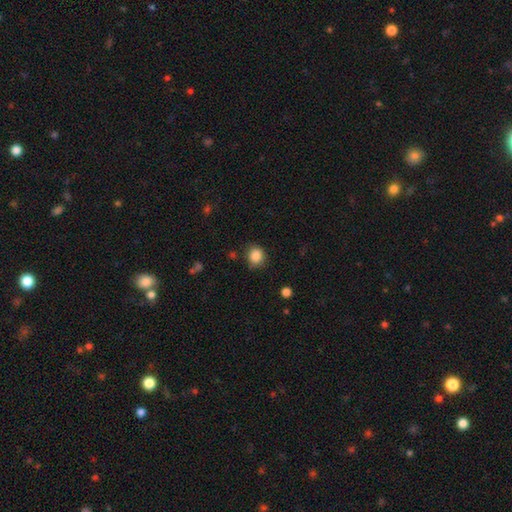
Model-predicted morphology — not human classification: Smooth or featured: smooth — 86% (star or artifact — 10%)
How rounded: round — 83% (in between — 16%)
Merging: none — 78% (minor disturbance — 16%)